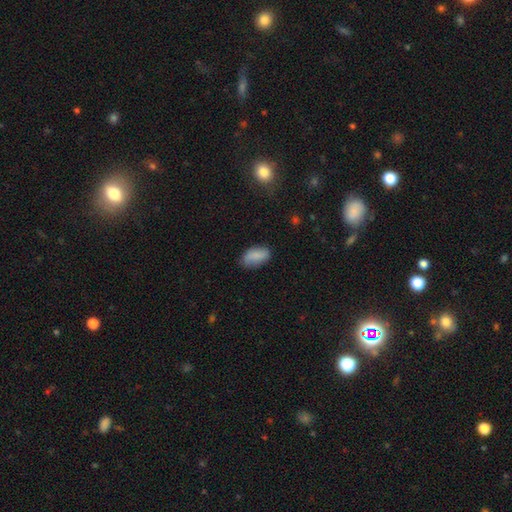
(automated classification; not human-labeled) Morphology: type=smooth (83%); roundness=in between (92%); merging=none (74%).